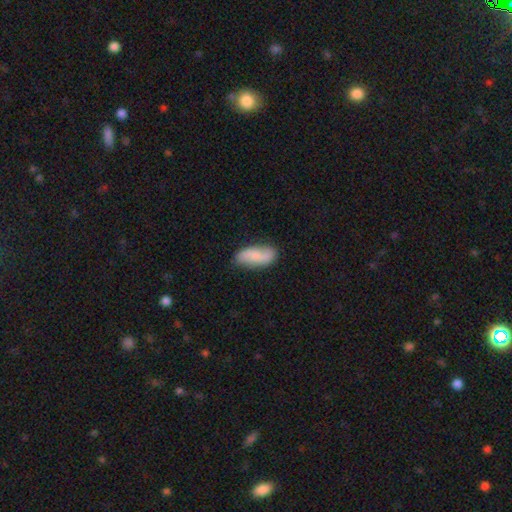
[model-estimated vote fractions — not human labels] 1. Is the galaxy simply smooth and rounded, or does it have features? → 65% smooth, 29% featured or disk, 7% star or artifact.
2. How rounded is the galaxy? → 83% in between, 15% cigar-shaped, 3% round.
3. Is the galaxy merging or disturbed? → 73% none, 21% minor disturbance, 4% major disturbance, 2% merger.